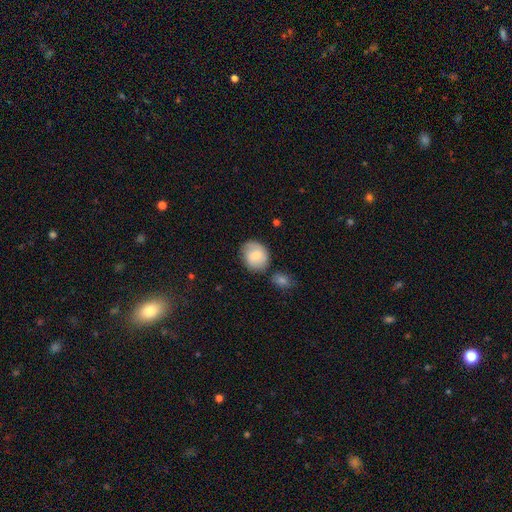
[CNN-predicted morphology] This is likely a smooth galaxy (70%). How rounded: likely round (65%). Merging: likely none (68%).